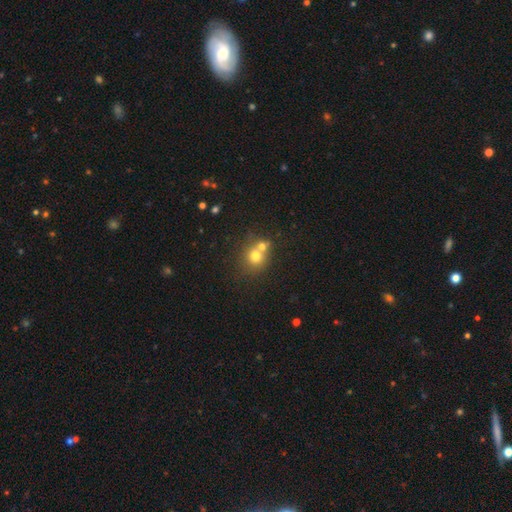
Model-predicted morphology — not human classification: Overall: smooth (73%). How rounded: round (83%). Merging: merger (47%; none 43%).